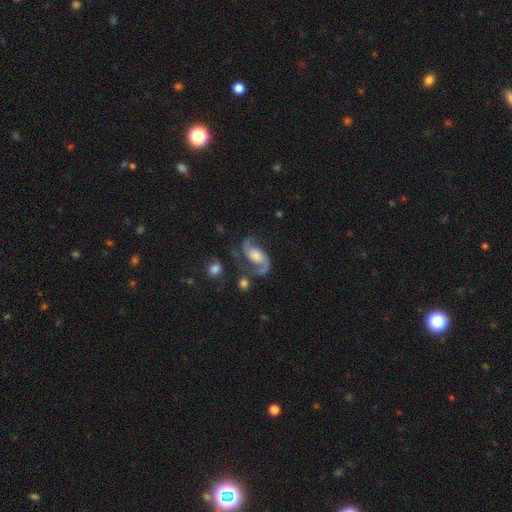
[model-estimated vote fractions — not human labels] A featured or disk galaxy (90%) with no bar (54%), 2 (91%) medium (54%) spiral arms (98%) and a moderate central bulge (40%).

Vote fractions:
- Smooth or featured? featured or disk: 90% / smooth: 5% / star or artifact: 5%
- Edge-on disk? no: 98% / yes: 2%
- Bar? no: 54% / weak: 34% / strong: 12%
- Spiral arms? yes: 98% / no: 2%
- Spiral winding? medium: 54% / loose: 30% / tight: 15%
- Spiral arm count? 2: 91% / 1: 4% / can't tell: 2% / 3: 1% / 4: 1% / more than 4: 1%
- Bulge size? moderate: 40% / large: 27% / small: 19% / none: 11% / dominant: 3%
- Merging? none: 61% / minor disturbance: 17% / major disturbance: 12% / merger: 9%